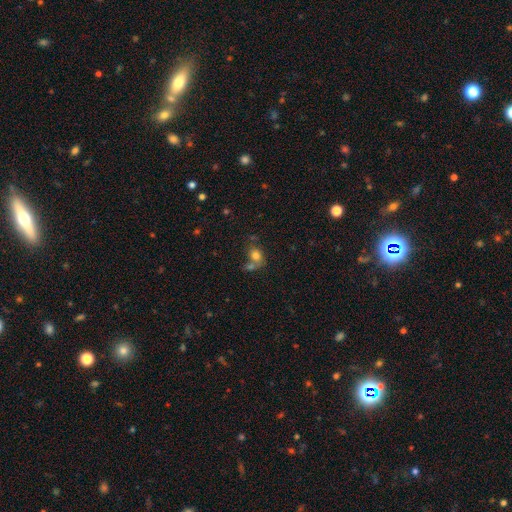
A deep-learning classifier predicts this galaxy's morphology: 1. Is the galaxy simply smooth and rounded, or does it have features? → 74% smooth, 14% featured or disk, 12% star or artifact.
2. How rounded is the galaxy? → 50% in between, 49% round, 1% cigar-shaped.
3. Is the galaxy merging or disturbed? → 41% merger, 38% none, 13% minor disturbance, 9% major disturbance.